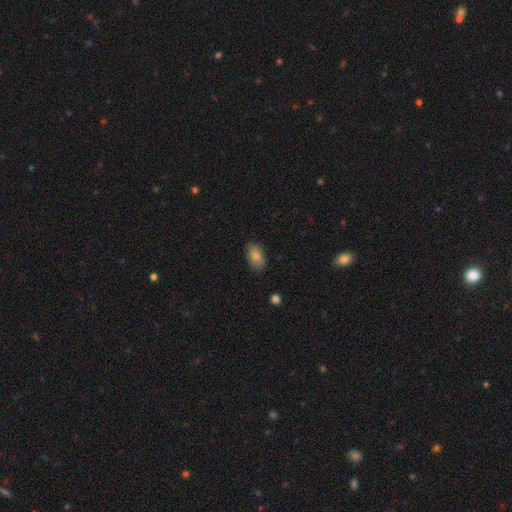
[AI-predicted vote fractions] The model was most divided on "smooth or featured": smooth: 78%, featured or disk: 14%, star or artifact: 8%. More confident: how rounded — in between (92%); merging — none (85%).